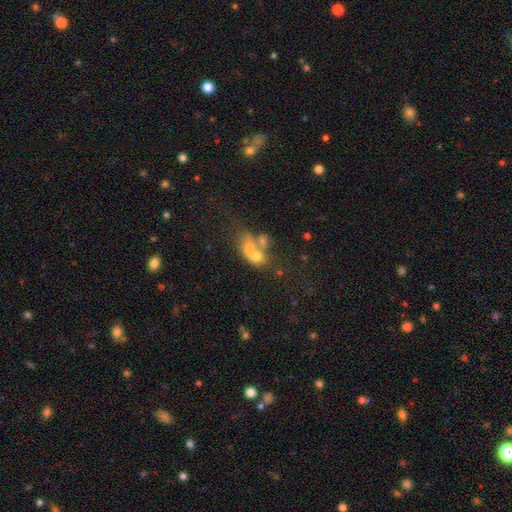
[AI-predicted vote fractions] smooth 56%, featured or disk 29%, star or artifact 14%. Down the decision tree: how rounded — in between (57%); merging — merger (64%).